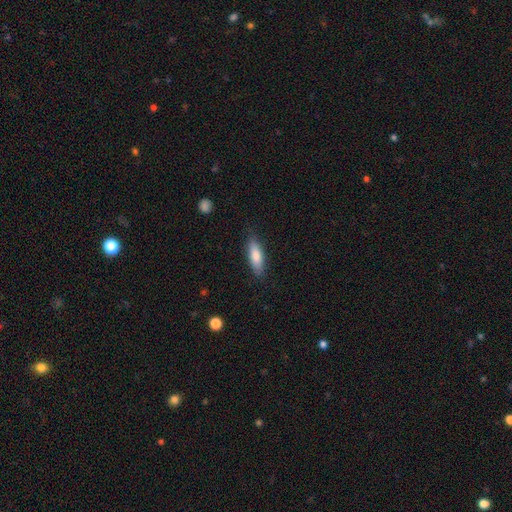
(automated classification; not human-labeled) Morphology: type=smooth (78%); roundness=in between (51%); merging=none (84%).